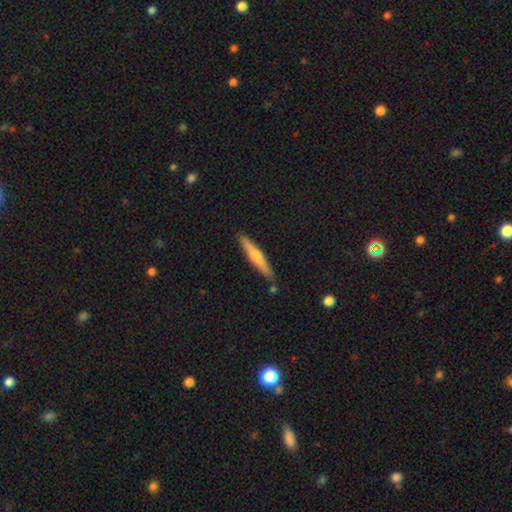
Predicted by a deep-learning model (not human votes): Smooth or featured? Predicted: featured or disk (p=0.50). Merging? Predicted: none (p=0.89).